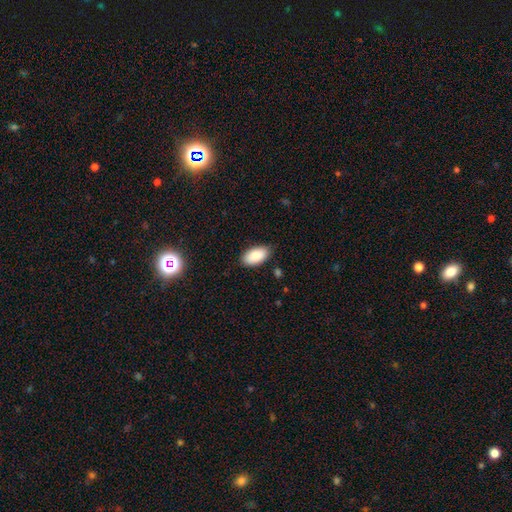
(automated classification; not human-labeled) Smooth or featured? Predicted: smooth (p=0.87). How rounded? Predicted: in between (p=0.95). Merging? Predicted: none (p=0.84).